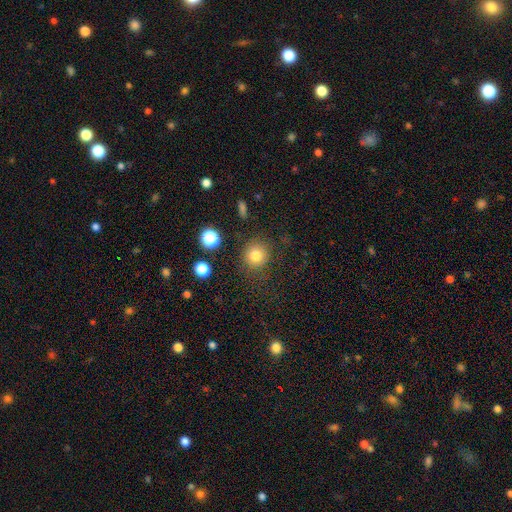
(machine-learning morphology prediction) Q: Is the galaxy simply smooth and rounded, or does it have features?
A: smooth — 80%.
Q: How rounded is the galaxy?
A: round — 88%.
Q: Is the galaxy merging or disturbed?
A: none — 80%.